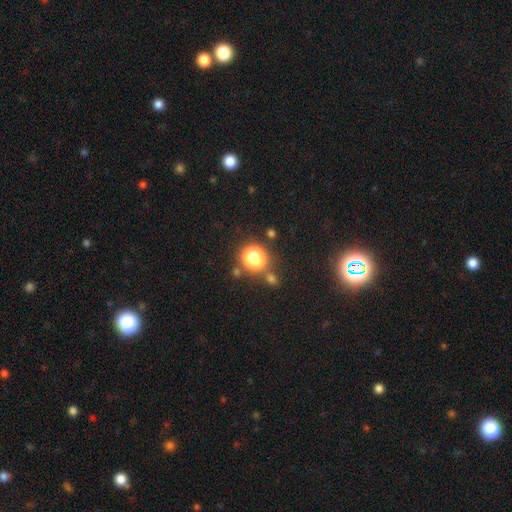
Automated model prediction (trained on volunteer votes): smooth 61%, star or artifact 31%, featured or disk 8%. Down the decision tree: how rounded — round (85%); merging — none (67%).